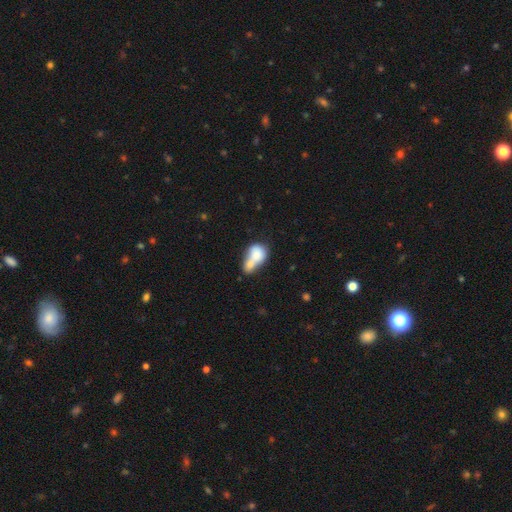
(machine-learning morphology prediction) Q: Smooth or featured?
A: smooth (74%); runner-up: featured or disk (18%)
Q: How rounded?
A: in between (55%); runner-up: round (42%)
Q: Merging?
A: merger (71%); runner-up: none (16%)